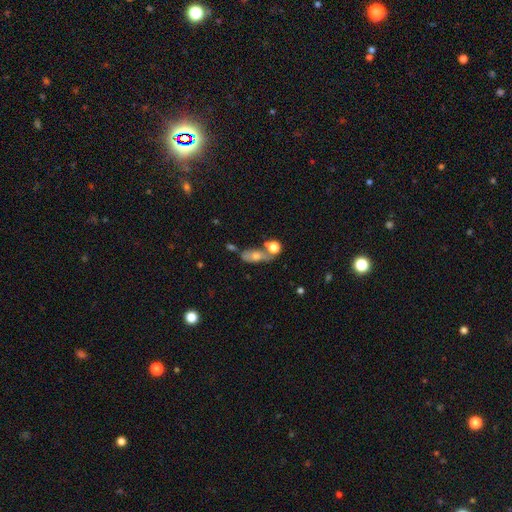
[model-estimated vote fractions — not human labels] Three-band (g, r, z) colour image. It shows a smooth galaxy with no disk features (56%) that is in between round and cigar-shaped (70%). Merging: none (45%).